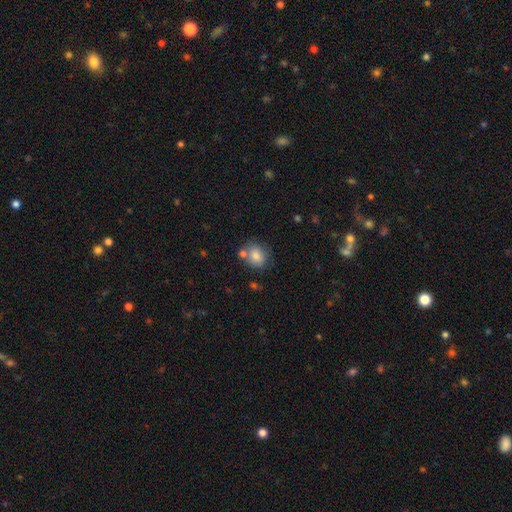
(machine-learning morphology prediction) This appears to be a smooth galaxy with no disk features (81%) that is round (70%). Merging: none (66%).